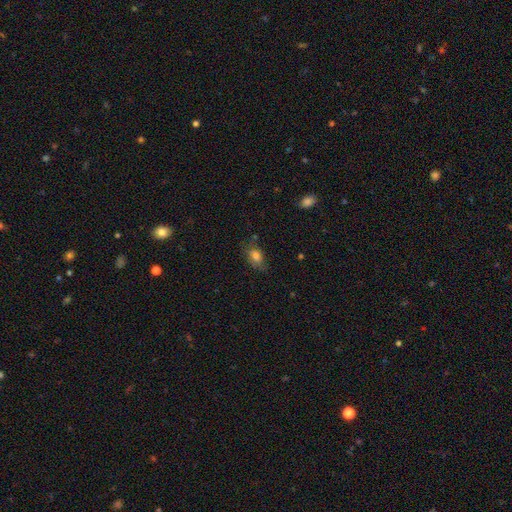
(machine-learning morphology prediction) A smooth galaxy with no disk features (75%) that is in between round and cigar-shaped (83%). Merging: none (62%).